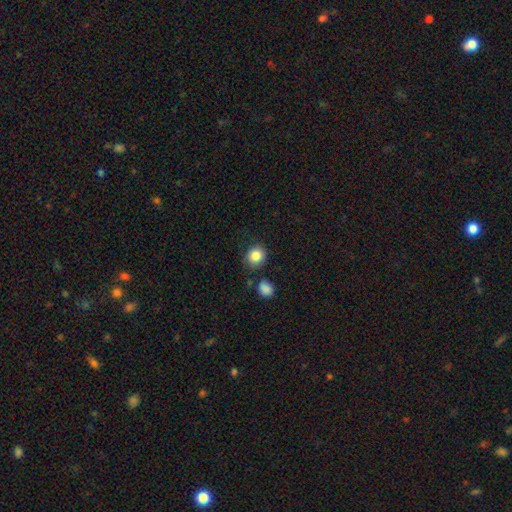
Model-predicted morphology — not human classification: Overall: smooth (85%). How rounded: round (81%). Merging: none (77%).